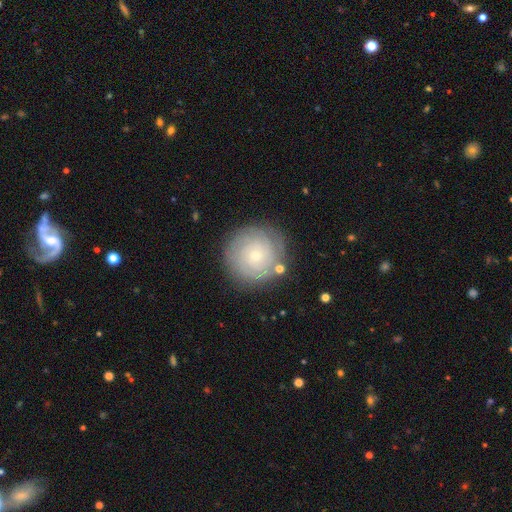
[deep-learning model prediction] Overall: featured or disk (71%). Edge-on disk: no (98%). Bar: no (81%). Spiral arms: yes (92%). Spiral arm count: can't tell (40%; 3 17%). Spiral winding: tight (84%). Bulge size: small (70%). Merging: none (83%).